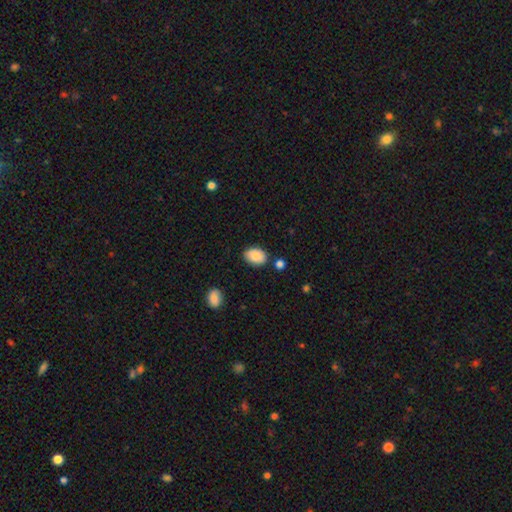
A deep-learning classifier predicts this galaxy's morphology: A smooth galaxy with no disk features (87%) that is in between round and cigar-shaped (88%). Merging: none (81%).